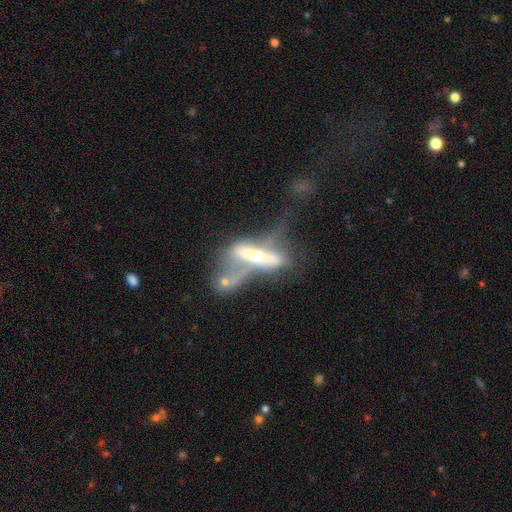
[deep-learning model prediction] A featured or disk galaxy (59%) viewed edge-on (51%).

Vote fractions:
- Smooth or featured? featured or disk: 59% / smooth: 32% / star or artifact: 9%
- Edge-on disk? yes: 51% / no: 49%
- Merging? merger: 37% / major disturbance: 34% / none: 16% / minor disturbance: 12%